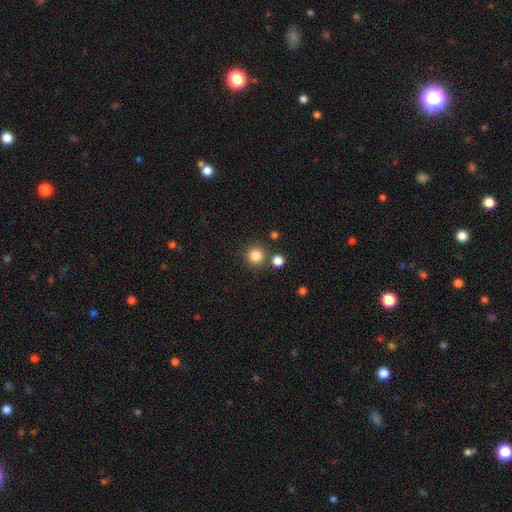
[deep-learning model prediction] Smooth or featured?
  - smooth: 84% *
  - star or artifact: 12%
  - featured or disk: 4%
How rounded?
  - round: 94% *
  - in between: 5%
  - cigar-shaped: 1%
Merging?
  - none: 82% *
  - merger: 8%
  - minor disturbance: 7%
  - major disturbance: 3%